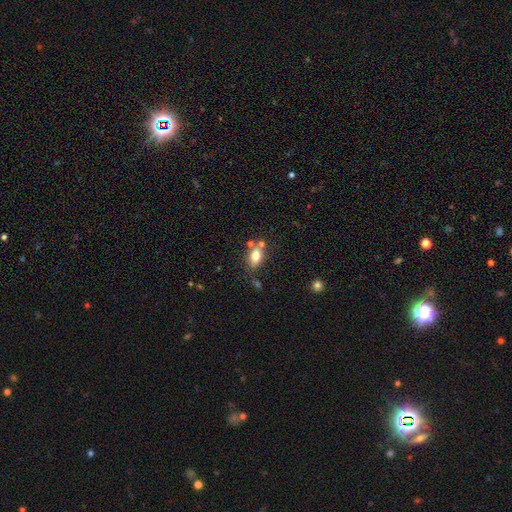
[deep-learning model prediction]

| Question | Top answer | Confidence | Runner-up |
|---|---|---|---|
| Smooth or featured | smooth | 75% | featured or disk (15%) |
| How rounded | in between | 82% | round (14%) |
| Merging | none | 60% | merger (19%) |